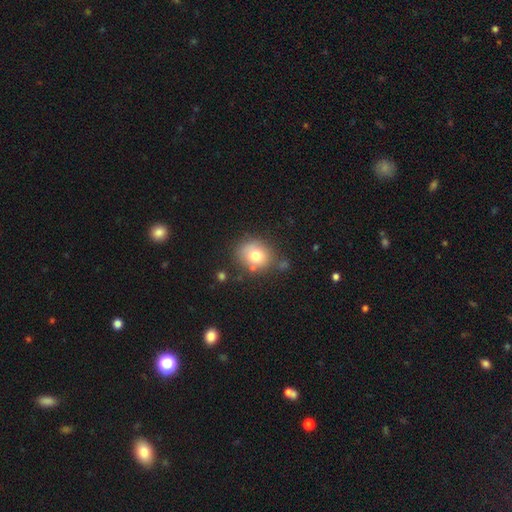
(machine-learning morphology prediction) Smooth or featured? smooth (75%)
How rounded? round (69%)
Merging? none (69%)